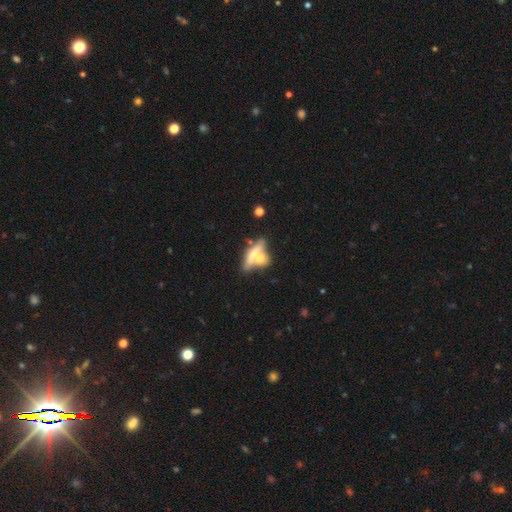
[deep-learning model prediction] This is possibly a smooth galaxy (49%). Merging: possibly merger (49%).